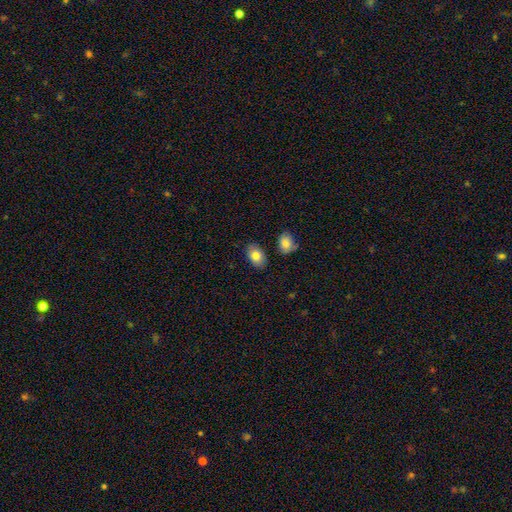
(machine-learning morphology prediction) smooth_or_featured: smooth (p=0.83) [alt: featured or disk p=0.10]
how_rounded: in between (p=0.89) [alt: round p=0.10]
merging: none (p=0.82) [alt: minor disturbance p=0.11]